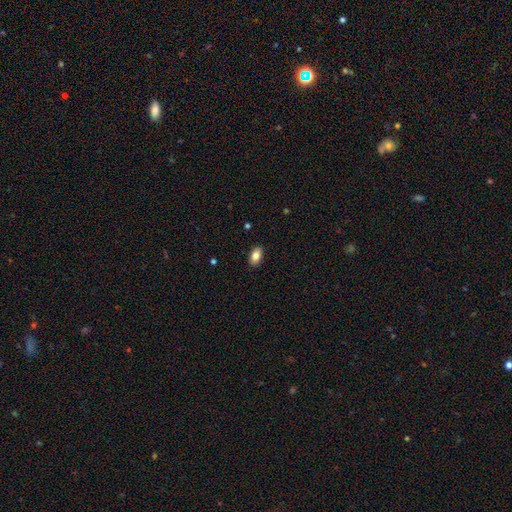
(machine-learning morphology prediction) Smooth or featured? Predicted: smooth (p=0.83). How rounded? Predicted: in between (p=0.92). Merging? Predicted: none (p=0.89).